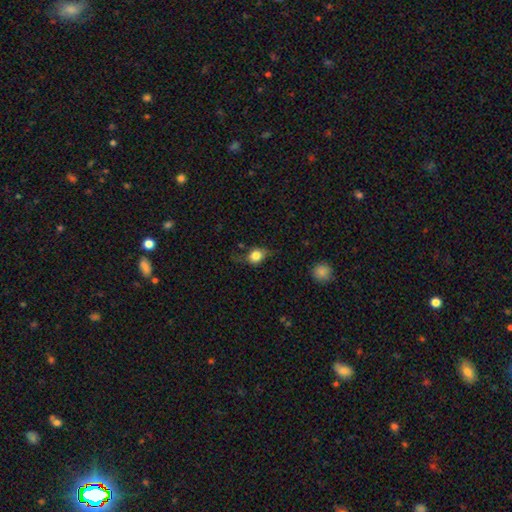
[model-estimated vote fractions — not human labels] smooth 76%, featured or disk 15%, star or artifact 9%. Down the decision tree: how rounded — round (52%); merging — none (59%).